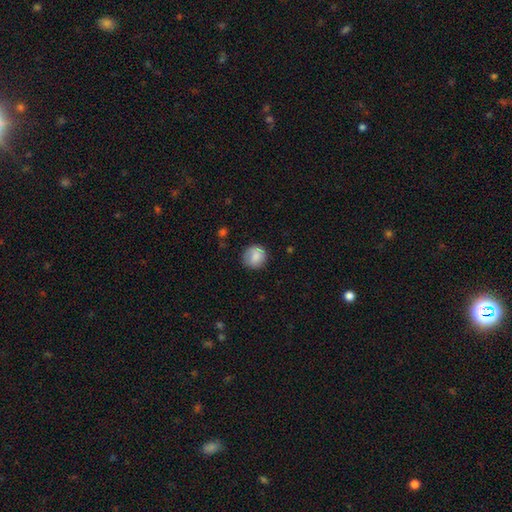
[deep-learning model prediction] Smooth or featured? Predicted: smooth (p=0.83). How rounded? Predicted: round (p=0.90). Merging? Predicted: none (p=0.80).